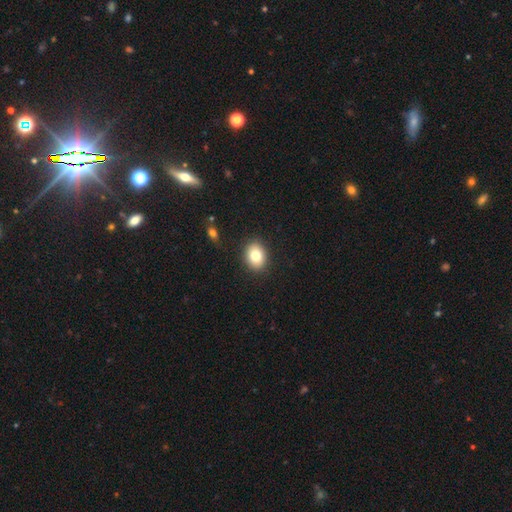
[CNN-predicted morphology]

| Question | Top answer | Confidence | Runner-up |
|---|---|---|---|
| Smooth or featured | smooth | 80% | featured or disk (11%) |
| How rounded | in between | 60% | round (39%) |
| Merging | none | 89% | minor disturbance (8%) |